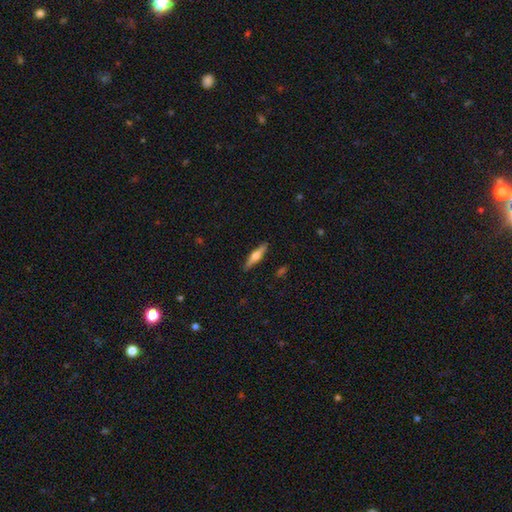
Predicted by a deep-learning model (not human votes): This is possibly a featured or disk galaxy (56%). It is clearly viewed edge-on (97%). Edge-on bulge: clearly rounded (89%). Merging: clearly none (90%).